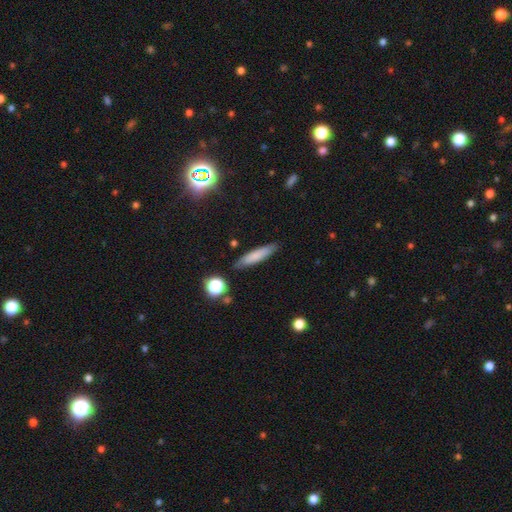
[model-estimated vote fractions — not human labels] Overall: smooth (76%). How rounded: cigar-shaped (83%). Merging: none (85%).